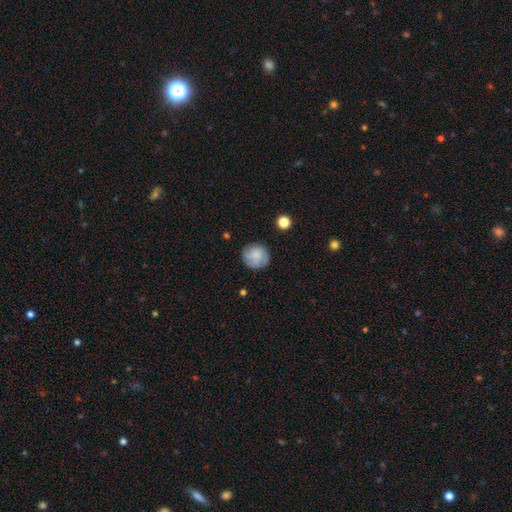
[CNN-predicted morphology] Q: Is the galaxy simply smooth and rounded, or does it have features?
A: smooth — 59%.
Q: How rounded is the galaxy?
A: round — 90%.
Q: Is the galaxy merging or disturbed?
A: none — 81%.